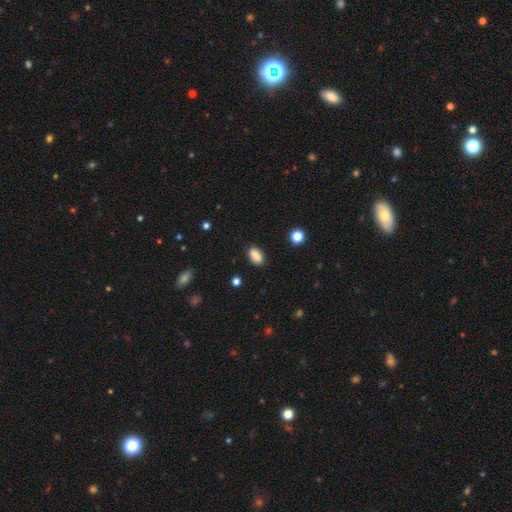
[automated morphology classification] Smooth or featured?
  - smooth: 85% *
  - star or artifact: 9%
  - featured or disk: 7%
How rounded?
  - in between: 88% *
  - round: 7%
  - cigar-shaped: 5%
Merging?
  - none: 85% *
  - minor disturbance: 11%
  - major disturbance: 2%
  - merger: 2%